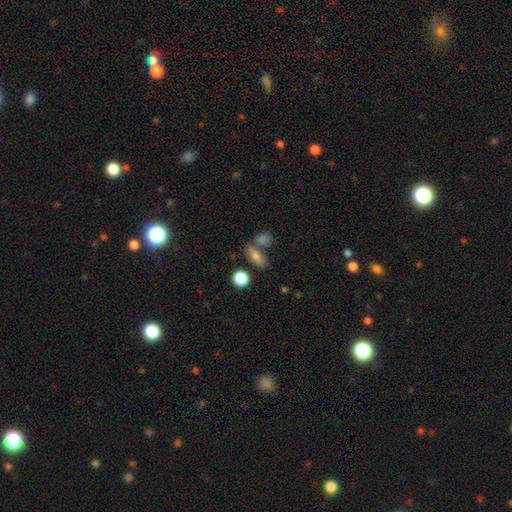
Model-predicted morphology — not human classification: Smooth or featured? Predicted: smooth (p=0.75). How rounded? Predicted: in between (p=0.74). Merging? Predicted: none (p=0.59).